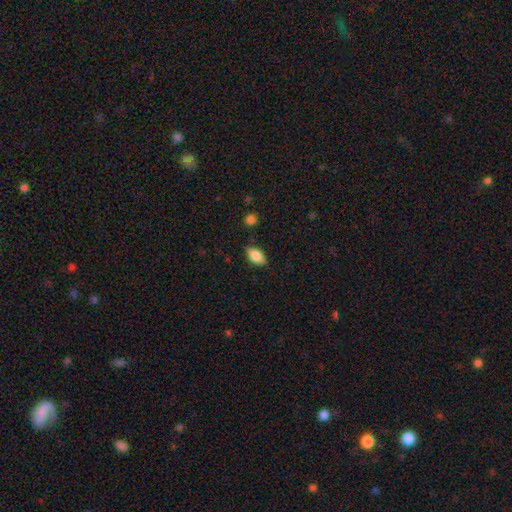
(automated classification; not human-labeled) Overall: smooth (85%). How rounded: in between (91%). Merging: none (83%).